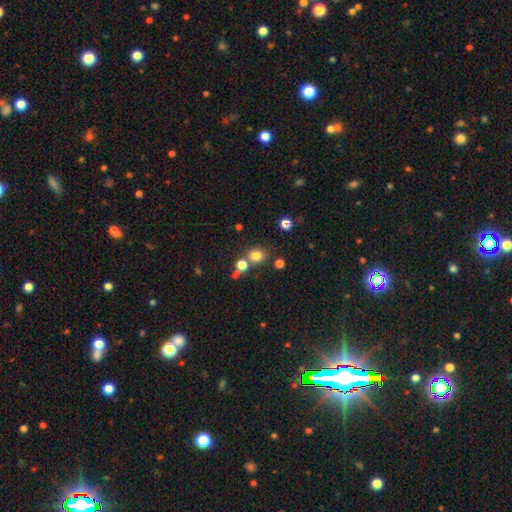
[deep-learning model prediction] smooth-or-featured: smooth: 77% | star or artifact: 16% | featured or disk: 7%
  how-rounded: round: 77% | in between: 22% | cigar-shaped: 1%
  merging: none: 67% | merger: 19% | minor disturbance: 9% | major disturbance: 4%